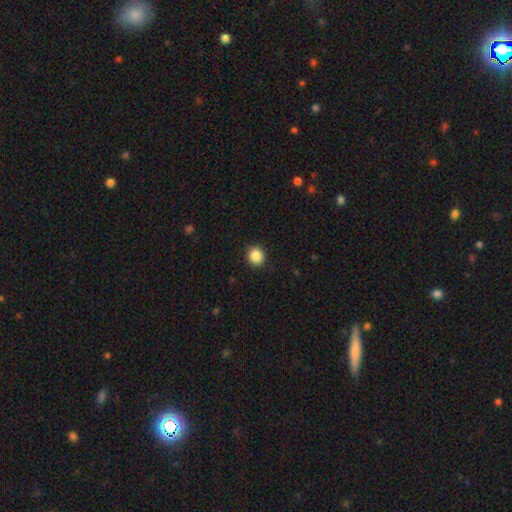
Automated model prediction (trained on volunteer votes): Smooth or featured? Predicted: smooth (p=0.88). How rounded? Predicted: round (p=0.90). Merging? Predicted: none (p=0.92).